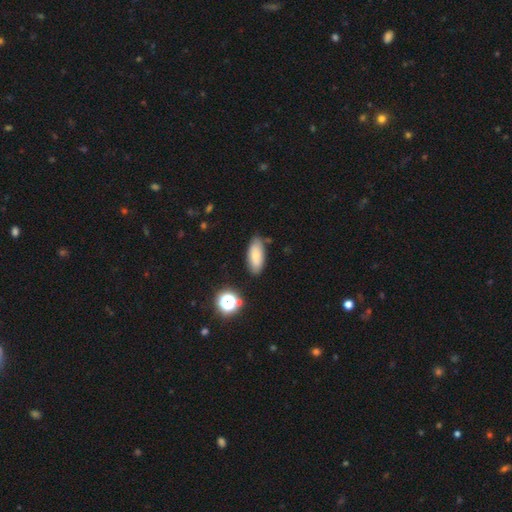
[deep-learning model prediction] Smooth or featured? smooth (77%)
How rounded? in between (83%)
Merging? none (79%)